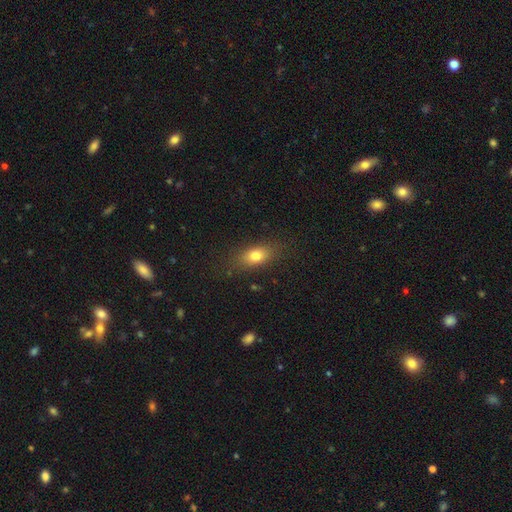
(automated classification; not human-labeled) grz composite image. It shows a smooth galaxy with no disk features (78%) that is in between round and cigar-shaped (78%). Merging: none (80%).